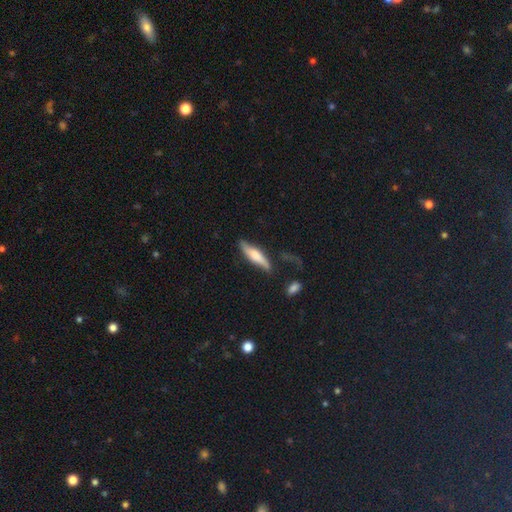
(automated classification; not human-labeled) The model was most divided on "smooth or featured": smooth: 54%, featured or disk: 39%, star or artifact: 6%. More confident: how rounded — cigar-shaped (72%); merging — none (62%).